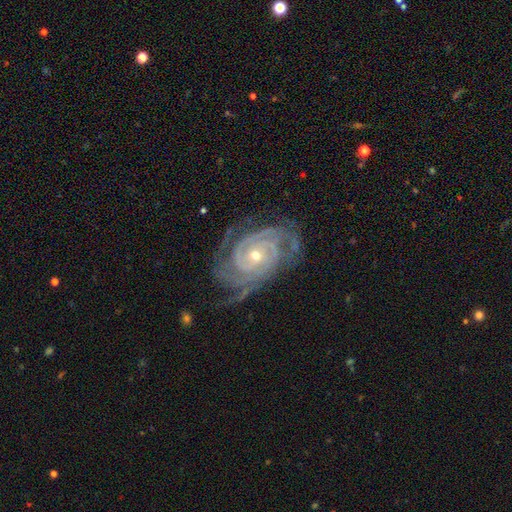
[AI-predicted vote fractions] This appears to be a featured or disk galaxy (92%) with no bar (71%), 3 (30%) tight (77%) spiral arms (98%) and a small central bulge (59%). Merging: none (70%).